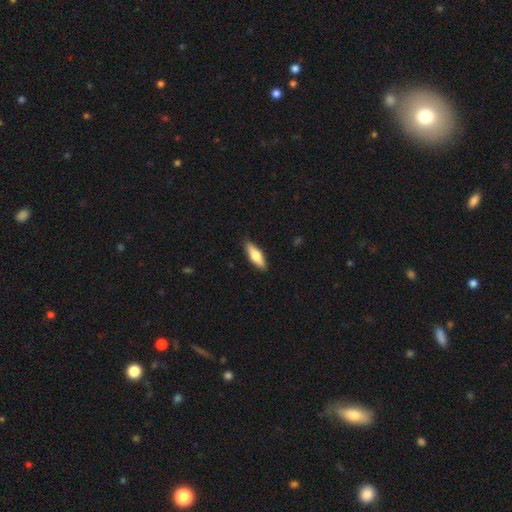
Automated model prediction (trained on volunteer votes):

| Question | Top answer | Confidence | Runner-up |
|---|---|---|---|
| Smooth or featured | smooth | 61% | featured or disk (33%) |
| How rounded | in between | 51% | cigar-shaped (47%) |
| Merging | none | 89% | minor disturbance (8%) |